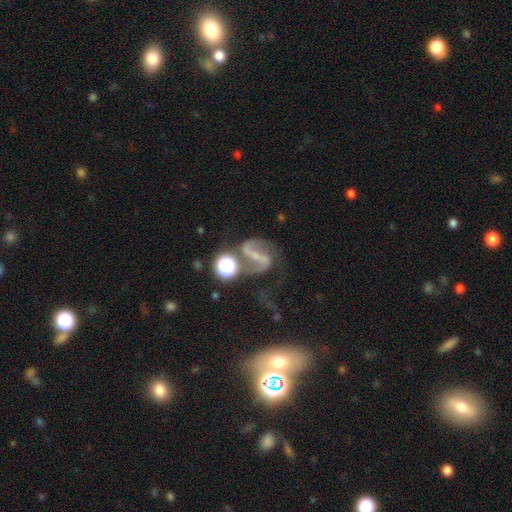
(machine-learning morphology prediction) A featured or disk galaxy (81%) with a strong bar (62%), 2 (92%) medium (47%) spiral arms (94%) and a small central bulge (62%).

Vote fractions:
- Smooth or featured? featured or disk: 81% / star or artifact: 11% / smooth: 8%
- Edge-on disk? no: 96% / yes: 4%
- Bar? strong: 62% / weak: 26% / no: 12%
- Spiral arms? yes: 94% / no: 6%
- Spiral winding? medium: 47% / loose: 41% / tight: 13%
- Spiral arm count? 2: 92% / can't tell: 3% / 1: 2% / 3: 1% / 4: 1% / more than 4: 1%
- Bulge size? small: 62% / moderate: 19% / none: 16% / large: 2% / dominant: 1%
- Merging? none: 63% / minor disturbance: 15% / major disturbance: 12% / merger: 10%